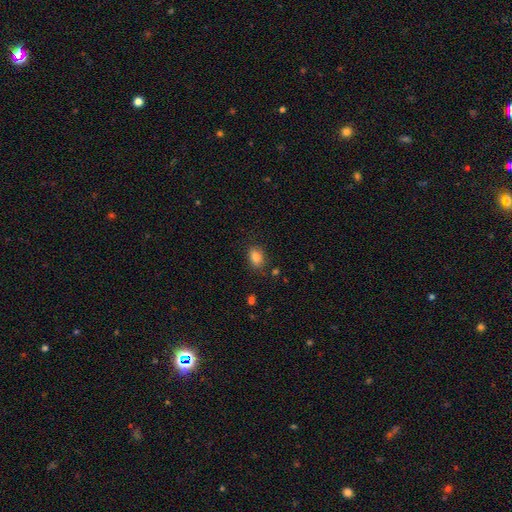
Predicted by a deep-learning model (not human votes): Q: Smooth or featured?
A: smooth (85%); runner-up: star or artifact (9%)
Q: How rounded?
A: in between (78%); runner-up: round (20%)
Q: Merging?
A: none (77%); runner-up: minor disturbance (16%)